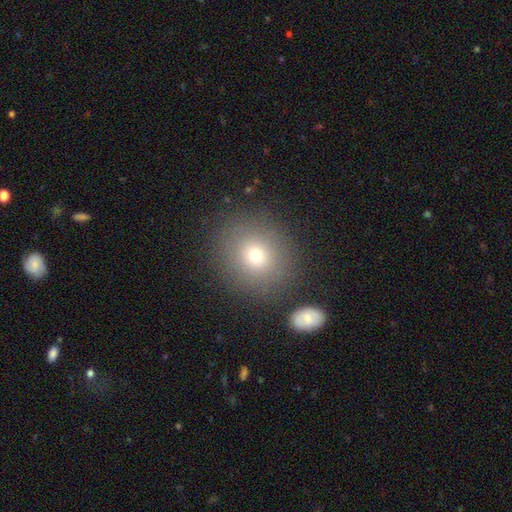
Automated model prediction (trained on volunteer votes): Q: Smooth or featured?
A: smooth (73%); runner-up: star or artifact (15%)
Q: How rounded?
A: round (85%); runner-up: in between (14%)
Q: Merging?
A: none (84%); runner-up: minor disturbance (8%)